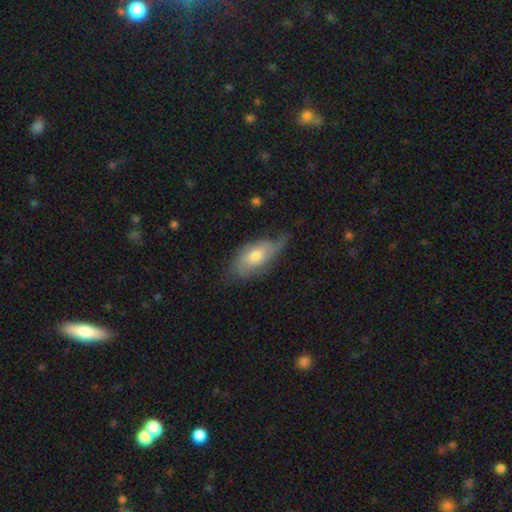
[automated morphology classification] A smooth galaxy with no disk features (47%). Merging: none (46%).